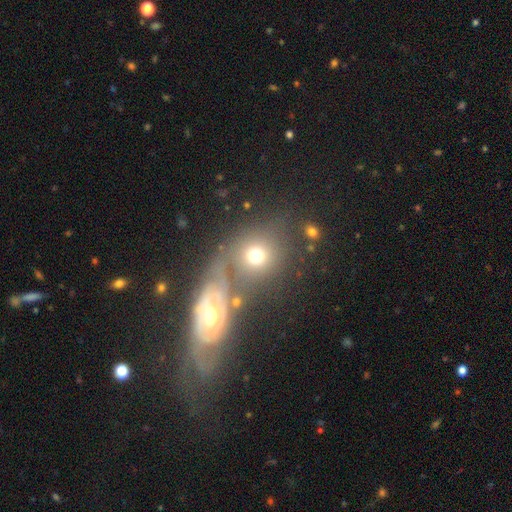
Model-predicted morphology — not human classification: Overall: smooth (61%; featured or disk 23%). How rounded: round (74%). Merging: none (40%; merger 38%).